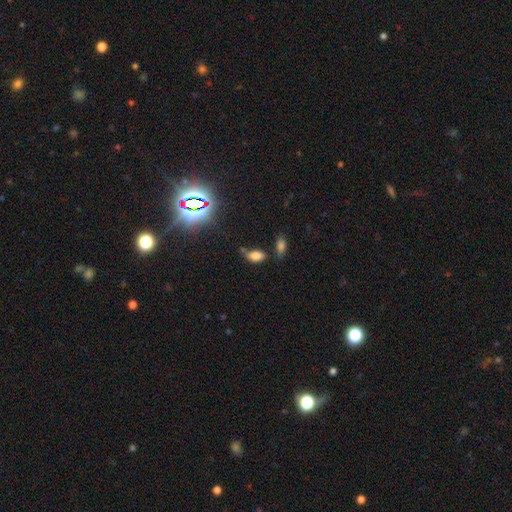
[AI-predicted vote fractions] Smooth or featured?
  - smooth: 73% *
  - star or artifact: 17%
  - featured or disk: 10%
How rounded?
  - in between: 90% *
  - round: 5%
  - cigar-shaped: 5%
Merging?
  - none: 61% *
  - minor disturbance: 20%
  - merger: 13%
  - major disturbance: 6%